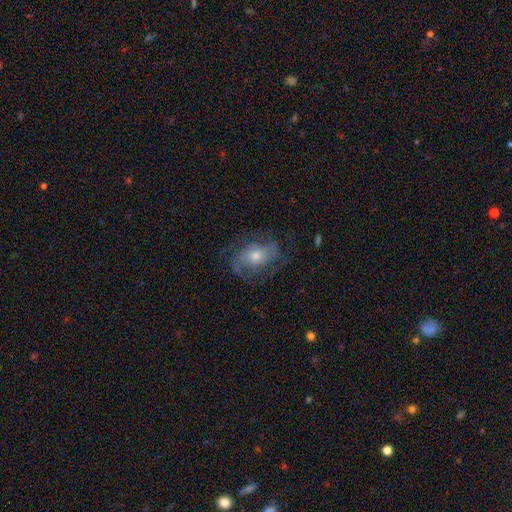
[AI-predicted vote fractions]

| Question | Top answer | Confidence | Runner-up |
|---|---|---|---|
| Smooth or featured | featured or disk | 66% | smooth (24%) |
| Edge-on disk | no | 96% | yes (4%) |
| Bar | no | 75% | weak (20%) |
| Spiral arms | yes | 81% | no (19%) |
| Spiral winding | medium | 44% | tight (34%) |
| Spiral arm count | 2 | 51% | can't tell (28%) |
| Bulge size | moderate | 56% | small (34%) |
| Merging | none | 65% | minor disturbance (19%) |